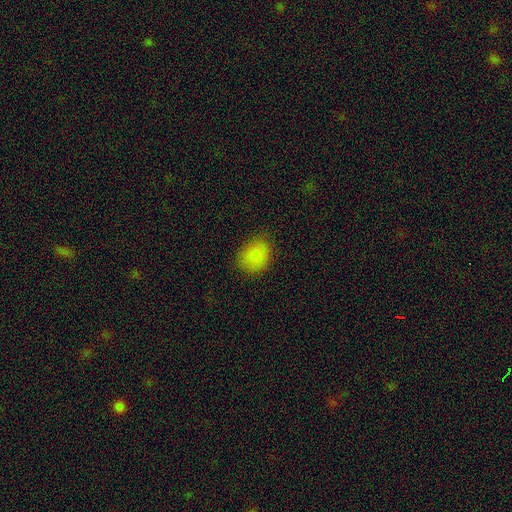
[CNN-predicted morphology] Overall: smooth (85%). How rounded: in between (54%; round 45%). Merging: none (79%).